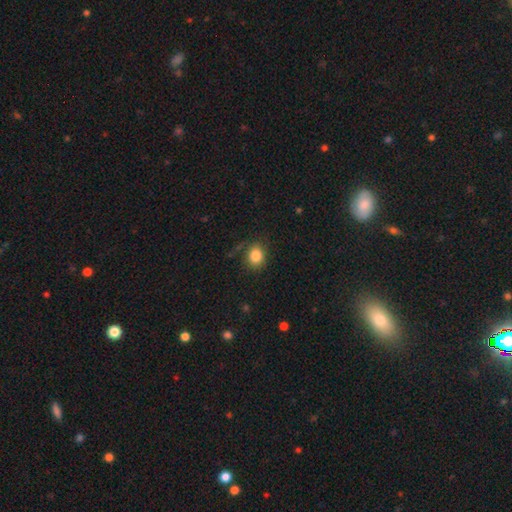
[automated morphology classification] type=smooth (84%); roundness=round (63%); merging=none (80%).